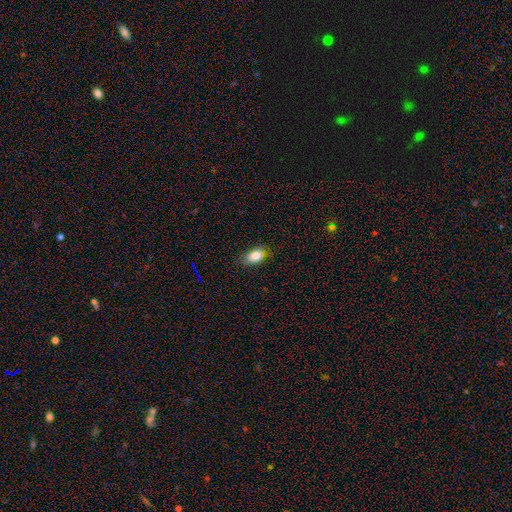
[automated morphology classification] smooth 84%, star or artifact 9%, featured or disk 8%. Down the decision tree: how rounded — in between (88%); merging — none (73%).